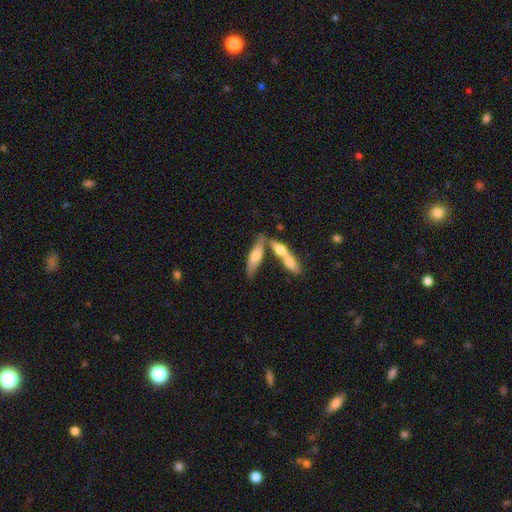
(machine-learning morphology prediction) Q: Smooth or featured?
A: smooth (61%); runner-up: featured or disk (32%)
Q: How rounded?
A: cigar-shaped (54%); runner-up: in between (43%)
Q: Merging?
A: merger (44%); runner-up: none (40%)